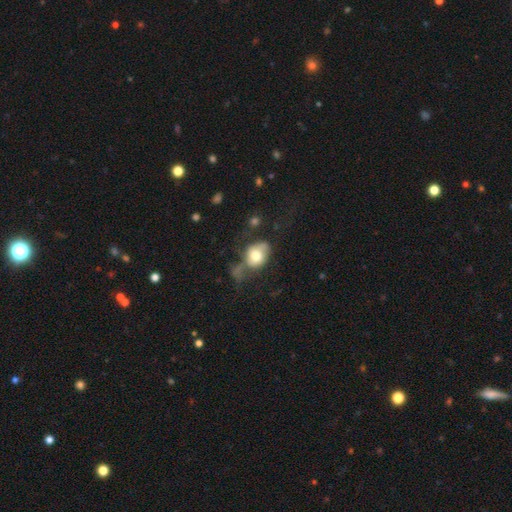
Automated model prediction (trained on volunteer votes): Morphology: type=smooth (69%); roundness=in between (64%); merging=major disturbance (31%).